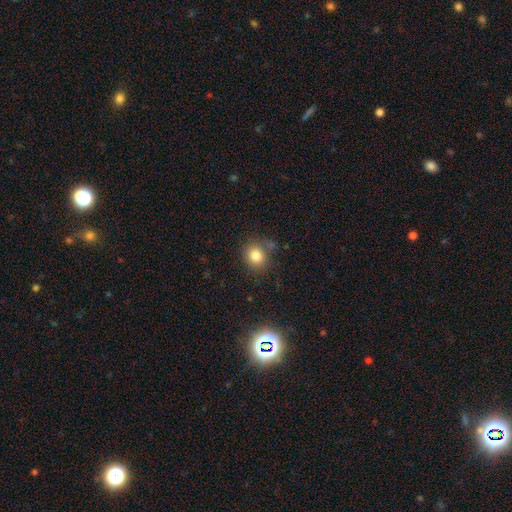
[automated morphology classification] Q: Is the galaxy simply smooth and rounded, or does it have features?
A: smooth — 81%.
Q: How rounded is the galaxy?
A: round — 78%.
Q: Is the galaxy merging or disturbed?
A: none — 75%.